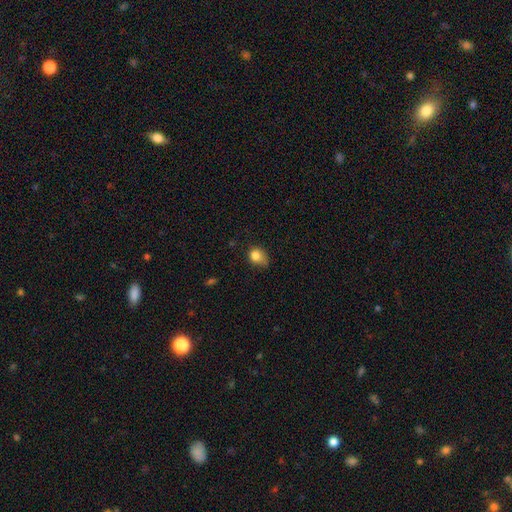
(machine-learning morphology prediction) Smooth or featured?
  - smooth: 81% *
  - star or artifact: 10%
  - featured or disk: 8%
How rounded?
  - round: 55% *
  - in between: 44%
  - cigar-shaped: 1%
Merging?
  - minor disturbance: 42% *
  - none: 38%
  - major disturbance: 17%
  - merger: 3%